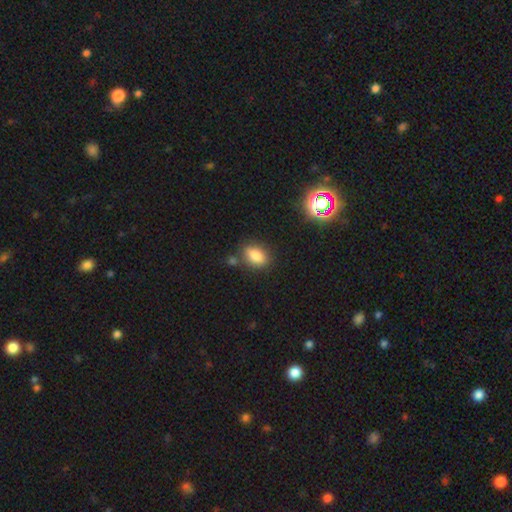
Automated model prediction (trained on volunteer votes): Smooth or featured: smooth — 82% (star or artifact — 11%)
How rounded: in between — 81% (round — 17%)
Merging: none — 75% (minor disturbance — 13%)